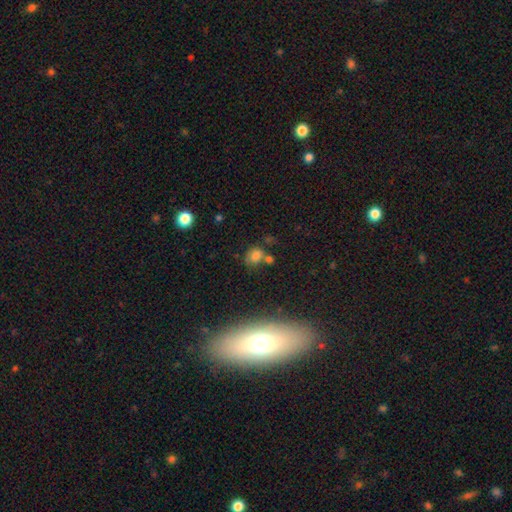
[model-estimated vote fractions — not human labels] smooth_or_featured: smooth (p=0.71) [alt: star or artifact p=0.17]
how_rounded: in between (p=0.51) [alt: round p=0.47]
merging: none (p=0.47) [alt: merger p=0.28]